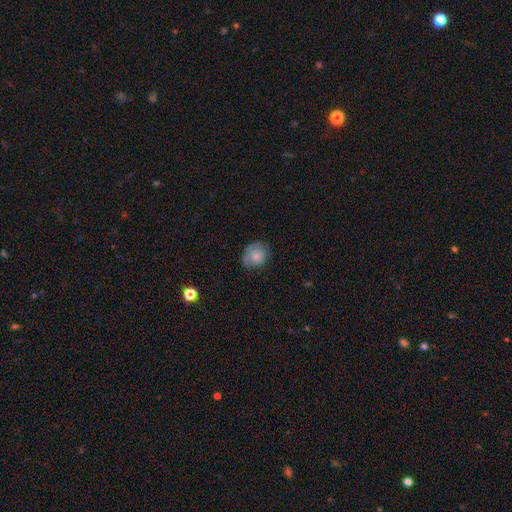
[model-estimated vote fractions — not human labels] Smooth or featured: smooth — 73% (featured or disk — 18%)
How rounded: round — 65% (in between — 34%)
Merging: none — 66% (minor disturbance — 25%)